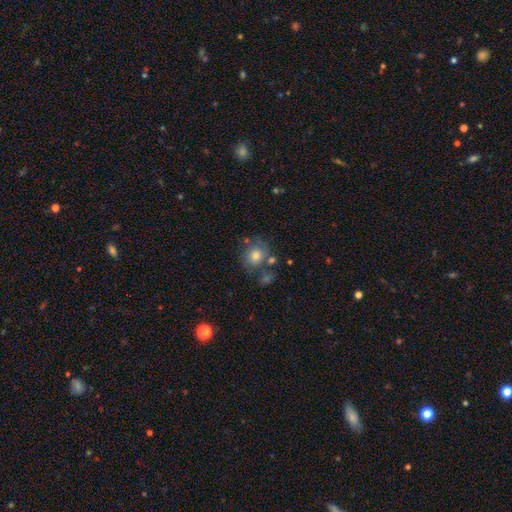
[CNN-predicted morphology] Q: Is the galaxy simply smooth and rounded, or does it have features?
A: smooth — 70%.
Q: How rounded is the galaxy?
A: round — 78%.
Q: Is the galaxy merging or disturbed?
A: none — 62%.